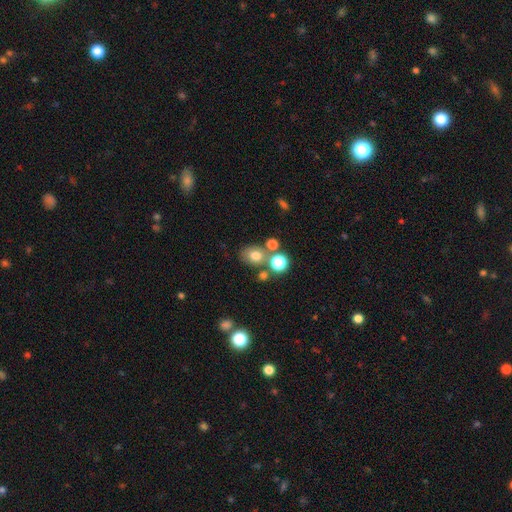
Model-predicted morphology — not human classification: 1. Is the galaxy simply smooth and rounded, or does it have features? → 72% smooth, 16% star or artifact, 13% featured or disk.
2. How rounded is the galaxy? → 57% round, 42% in between, 1% cigar-shaped.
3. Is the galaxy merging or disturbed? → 58% none, 24% merger, 12% minor disturbance, 5% major disturbance.